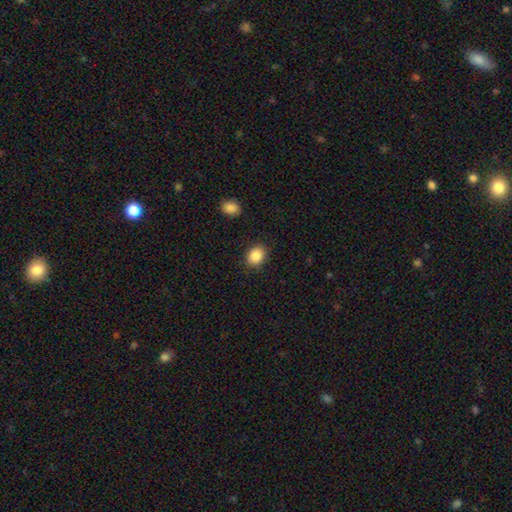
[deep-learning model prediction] Overall: smooth (87%). How rounded: round (50%; in between 49%). Merging: none (87%).